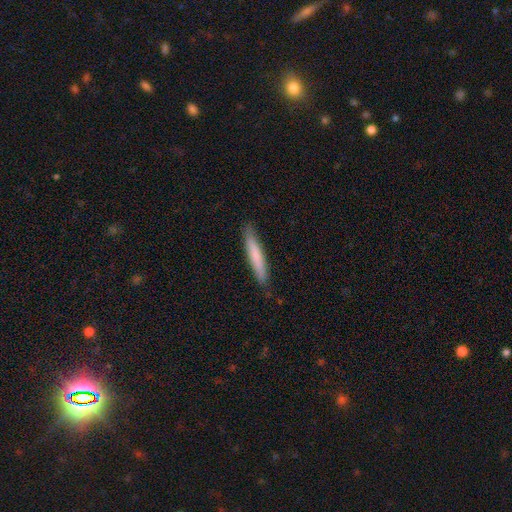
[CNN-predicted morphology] smooth_or_featured: smooth (p=0.74) [alt: featured or disk p=0.20]
how_rounded: cigar-shaped (p=0.93) [alt: in between p=0.06]
merging: none (p=0.86) [alt: minor disturbance p=0.11]